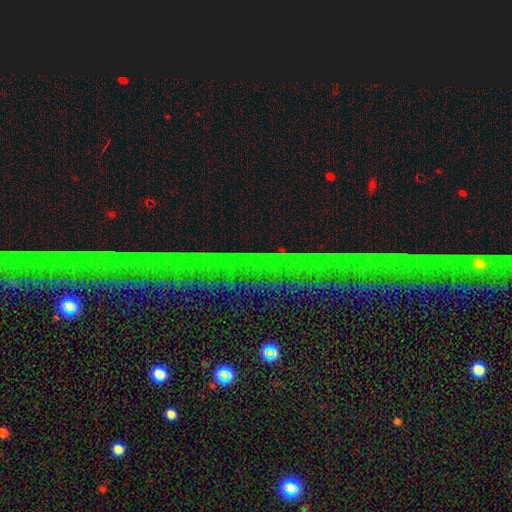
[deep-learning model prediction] Overall: star or artifact (79%).